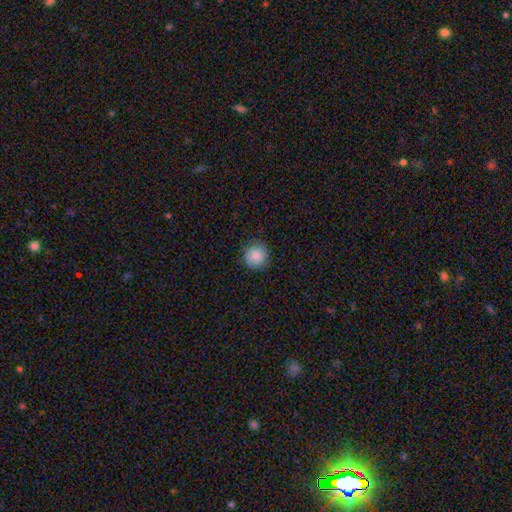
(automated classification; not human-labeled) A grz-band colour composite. It shows a smooth galaxy with no disk features (79%) that is round (92%). Merging: none (82%).